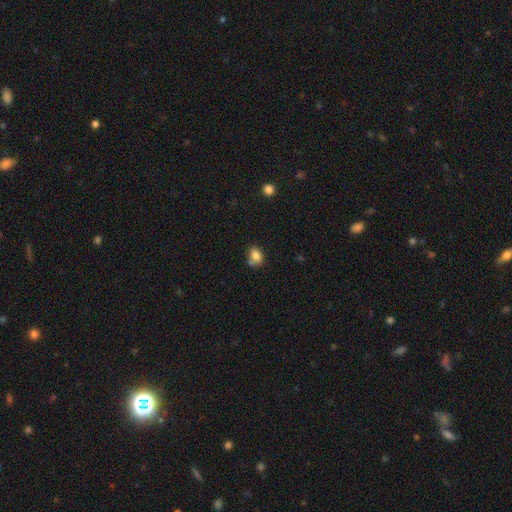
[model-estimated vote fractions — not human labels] smooth 81%, star or artifact 10%, featured or disk 8%. Down the decision tree: how rounded — in between (66%); merging — none (53%).